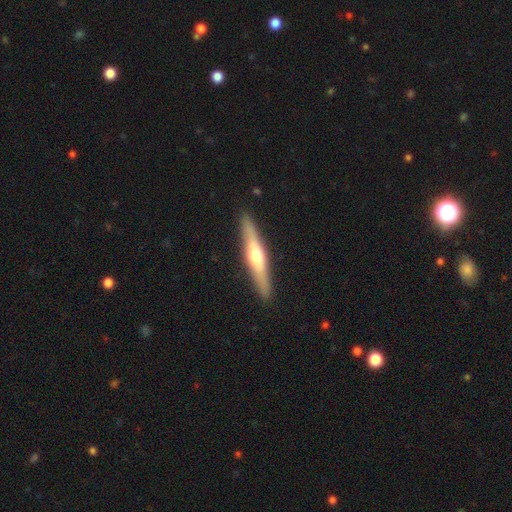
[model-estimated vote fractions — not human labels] This is possibly a featured or disk galaxy (58%). It is clearly viewed edge-on (93%). Edge-on bulge: clearly rounded (88%). Merging: clearly none (90%).